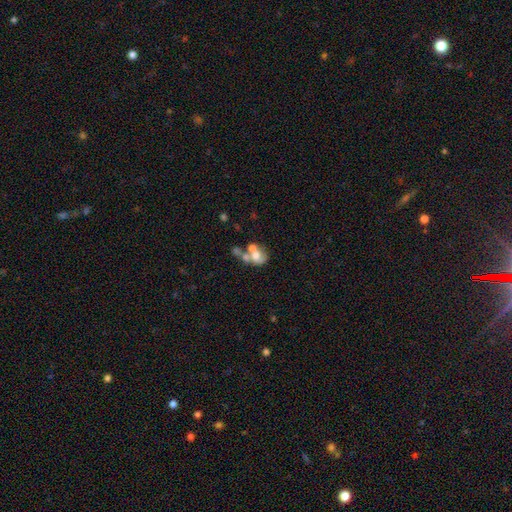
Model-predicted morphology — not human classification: This appears to be a smooth galaxy with no disk features (49%). Merging: merger (55%).